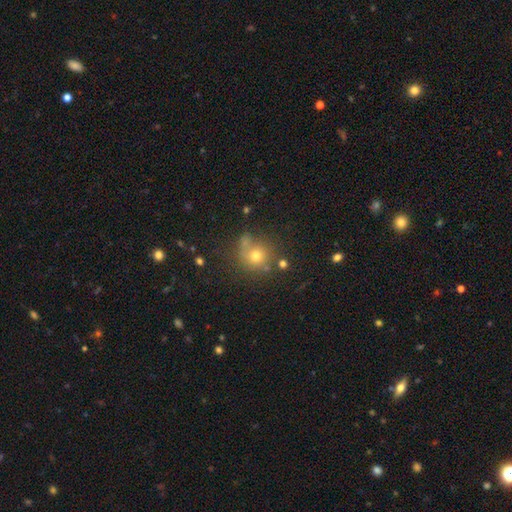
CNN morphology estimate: Smooth or featured?
  - smooth: 68% *
  - star or artifact: 20%
  - featured or disk: 12%
How rounded?
  - round: 87% *
  - in between: 12%
  - cigar-shaped: 1%
Merging?
  - none: 64% *
  - minor disturbance: 16%
  - merger: 13%
  - major disturbance: 7%